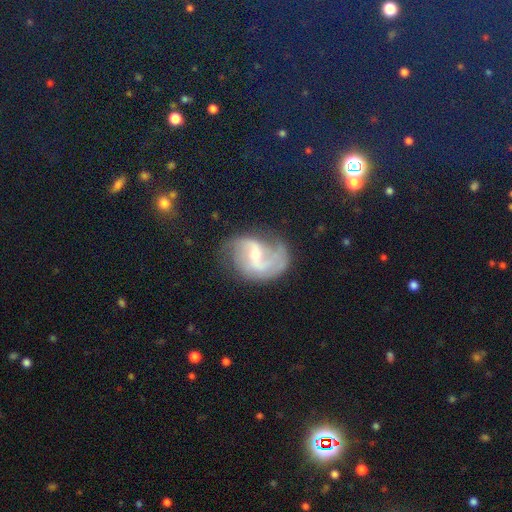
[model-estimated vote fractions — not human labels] smooth_or_featured: featured or disk (p=0.84) [alt: smooth p=0.09]
disk_edge_on: no (p=0.98) [alt: yes p=0.02]
bar: weak (p=0.53) [alt: no p=0.28]
has_spiral_arms: yes (p=0.94) [alt: no p=0.06]
spiral_winding: medium (p=0.43) [alt: loose p=0.42]
spiral_arm_count: 2 (p=0.78) [alt: 1 p=0.08]
bulge_size: small (p=0.54) [alt: moderate p=0.40]
merging: none (p=0.59) [alt: minor disturbance p=0.22]